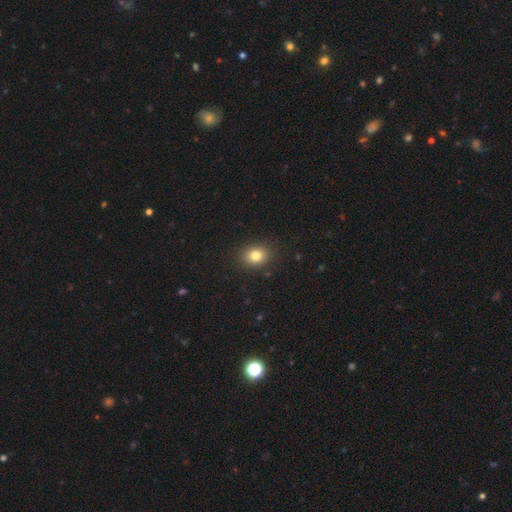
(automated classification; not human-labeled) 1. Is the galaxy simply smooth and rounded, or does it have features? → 81% smooth, 12% star or artifact, 7% featured or disk.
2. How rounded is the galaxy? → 52% round, 47% in between, 1% cigar-shaped.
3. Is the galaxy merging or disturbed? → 88% none, 8% minor disturbance, 3% major disturbance, 1% merger.